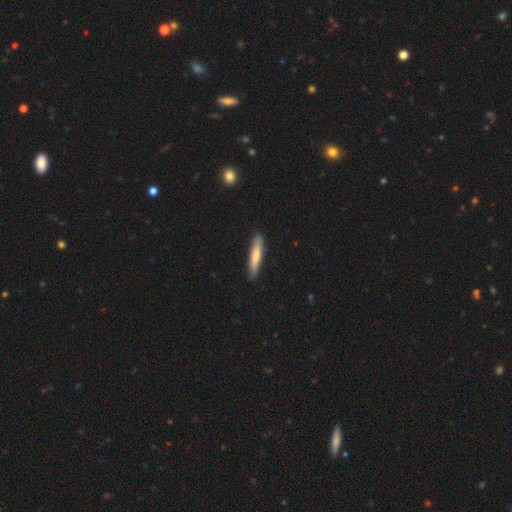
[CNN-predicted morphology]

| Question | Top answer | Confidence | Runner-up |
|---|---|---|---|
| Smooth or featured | smooth | 71% | featured or disk (24%) |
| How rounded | cigar-shaped | 90% | in between (8%) |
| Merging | none | 90% | minor disturbance (7%) |